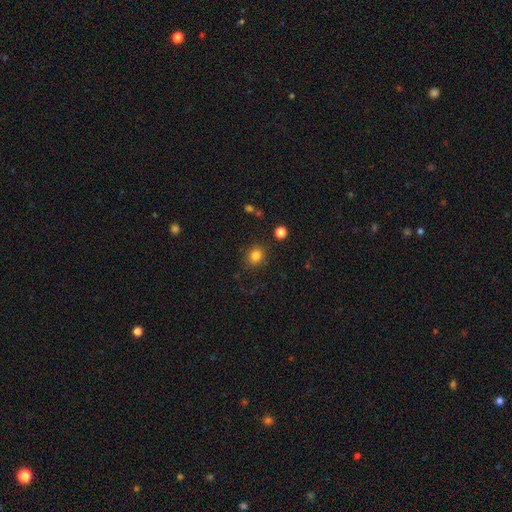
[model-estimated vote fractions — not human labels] smooth-or-featured: smooth: 82% | star or artifact: 12% | featured or disk: 6%
  how-rounded: round: 74% | in between: 25% | cigar-shaped: 1%
  merging: none: 84% | minor disturbance: 10% | major disturbance: 4% | merger: 3%